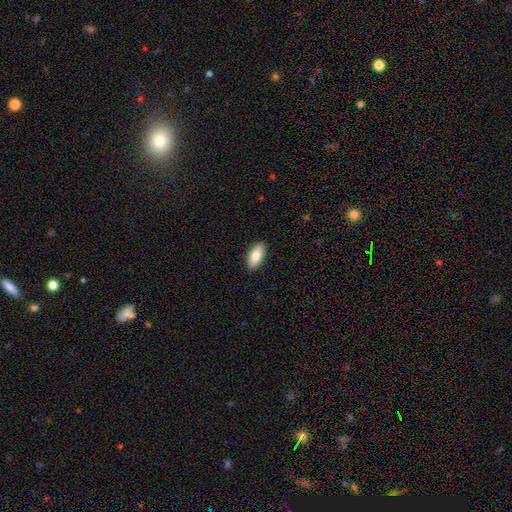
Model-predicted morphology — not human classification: Smooth or featured?
  - smooth: 79% *
  - featured or disk: 15%
  - star or artifact: 6%
How rounded?
  - in between: 87% *
  - cigar-shaped: 10%
  - round: 3%
Merging?
  - none: 89% *
  - minor disturbance: 8%
  - major disturbance: 2%
  - merger: 1%